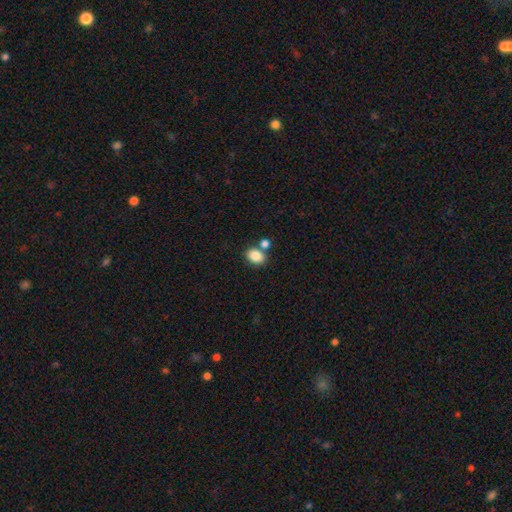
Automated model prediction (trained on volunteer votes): This is clearly a smooth galaxy (86%). How rounded: likely in between (69%). Merging: likely none (66%).